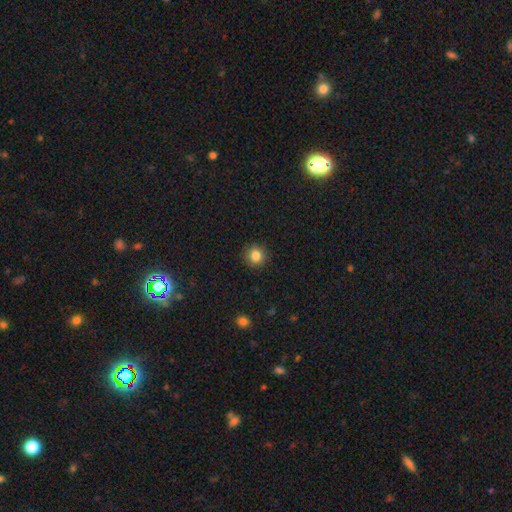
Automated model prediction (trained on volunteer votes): This is clearly a smooth galaxy (84%). How rounded: clearly round (92%). Merging: clearly none (91%).